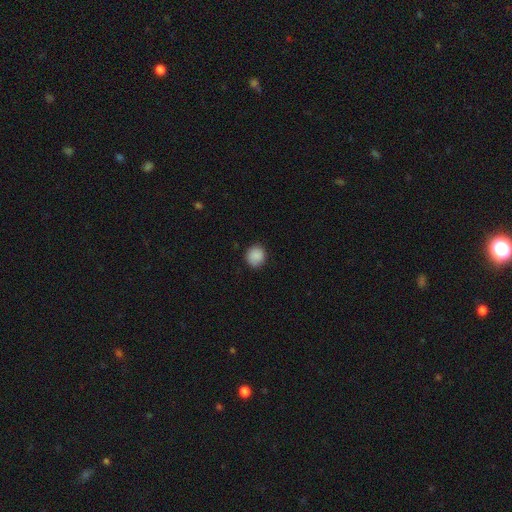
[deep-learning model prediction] smooth-or-featured: smooth: 87% | star or artifact: 9% | featured or disk: 4%
  how-rounded: round: 85% | in between: 14% | cigar-shaped: 1%
  merging: none: 85% | minor disturbance: 12% | major disturbance: 2% | merger: 1%